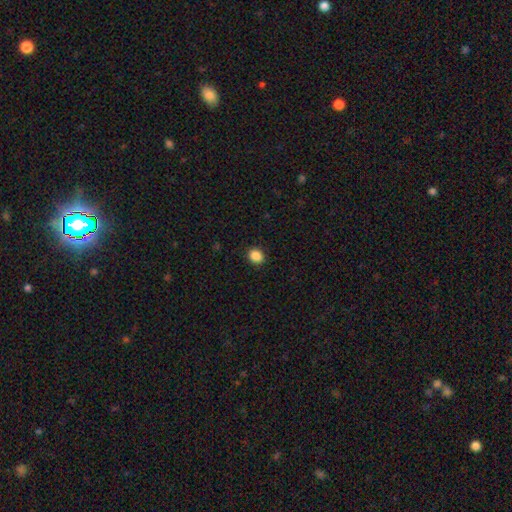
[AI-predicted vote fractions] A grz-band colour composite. It shows a smooth galaxy with no disk features (88%) that is round (57%). Merging: none (91%).